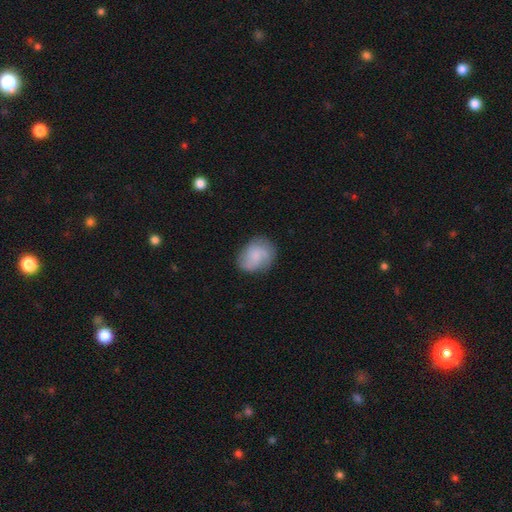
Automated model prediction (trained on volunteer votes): Smooth or featured? smooth (52%)
How rounded? in between (51%)
Merging? none (73%)